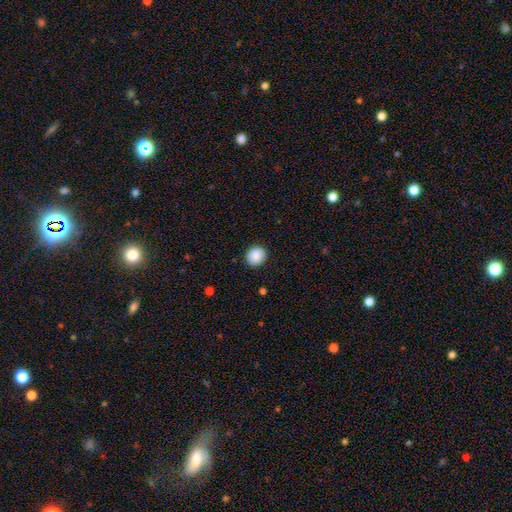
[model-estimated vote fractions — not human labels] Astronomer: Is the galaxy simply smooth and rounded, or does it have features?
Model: smooth — 89%.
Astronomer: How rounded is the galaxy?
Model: round — 80%.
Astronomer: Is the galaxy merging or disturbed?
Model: none — 90%.